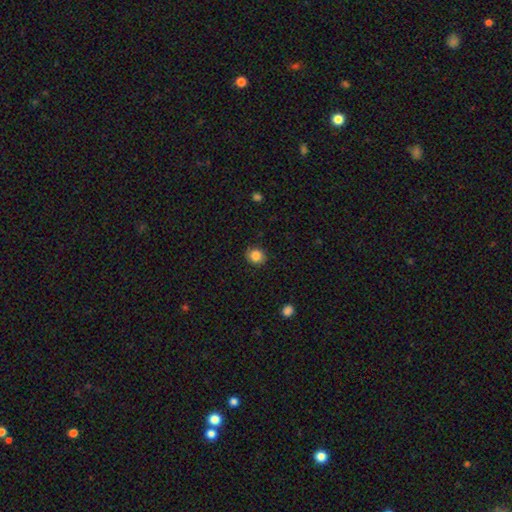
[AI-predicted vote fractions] smooth 86%, star or artifact 10%, featured or disk 4%. Down the decision tree: how rounded — round (80%); merging — none (89%).